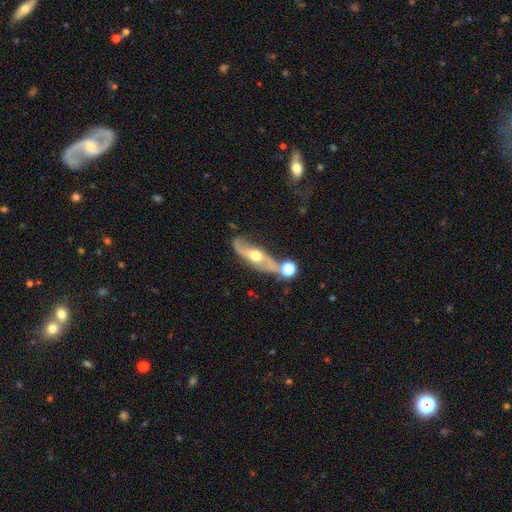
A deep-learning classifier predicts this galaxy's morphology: featured or disk 71%, smooth 22%, star or artifact 7%. Down the decision tree: edge-on disk — no (65%); merging — none (58%).